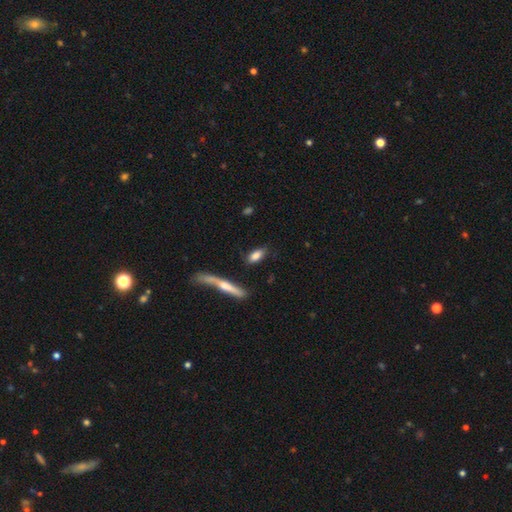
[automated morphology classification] Smooth or featured: smooth — 79% (featured or disk — 14%)
How rounded: in between — 73% (cigar-shaped — 23%)
Merging: none — 73% (minor disturbance — 16%)